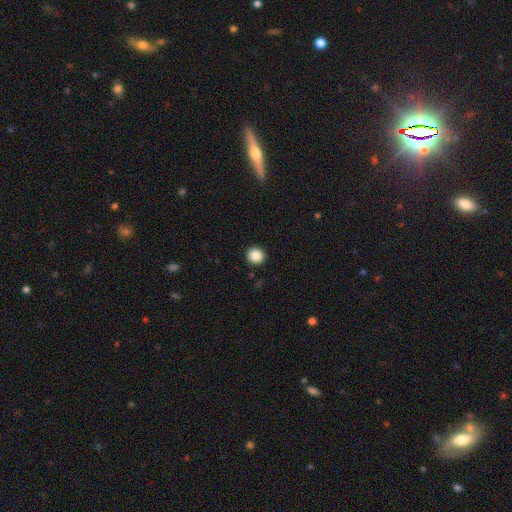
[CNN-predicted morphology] Smooth or featured: smooth — 86% (star or artifact — 10%)
How rounded: round — 94% (in between — 5%)
Merging: none — 93% (minor disturbance — 4%)